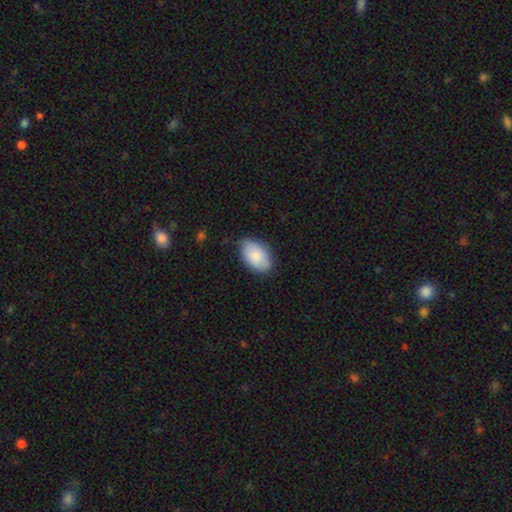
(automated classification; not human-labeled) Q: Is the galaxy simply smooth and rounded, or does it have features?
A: smooth — 83%.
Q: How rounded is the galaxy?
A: in between — 93%.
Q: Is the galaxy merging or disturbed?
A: none — 78%.